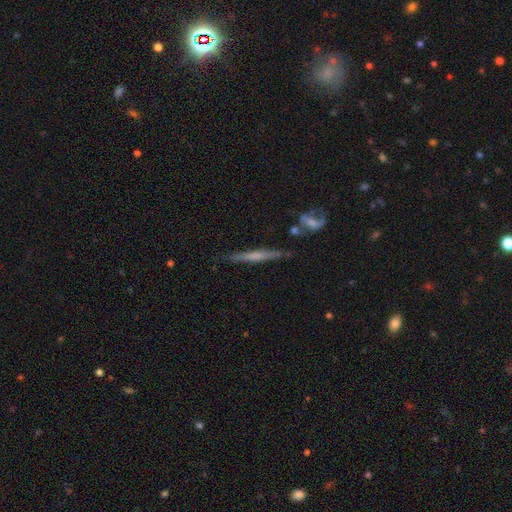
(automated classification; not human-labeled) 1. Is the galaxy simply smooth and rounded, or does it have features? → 57% featured or disk, 37% smooth, 6% star or artifact.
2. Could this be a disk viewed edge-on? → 96% yes, 4% no.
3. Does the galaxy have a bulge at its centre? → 48% none, 40% rounded, 13% boxy.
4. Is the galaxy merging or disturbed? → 82% none, 11% minor disturbance, 4% merger, 3% major disturbance.